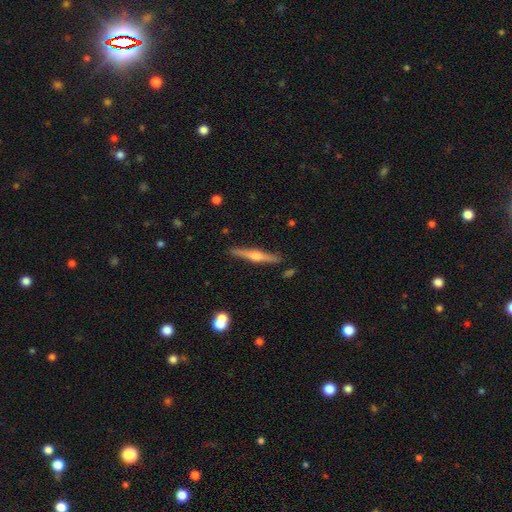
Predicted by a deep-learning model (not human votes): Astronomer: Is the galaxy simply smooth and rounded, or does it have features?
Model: featured or disk — 75%.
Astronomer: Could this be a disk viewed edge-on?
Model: yes — 98%.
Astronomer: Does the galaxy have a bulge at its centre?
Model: rounded — 92%.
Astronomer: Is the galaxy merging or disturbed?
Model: none — 90%.